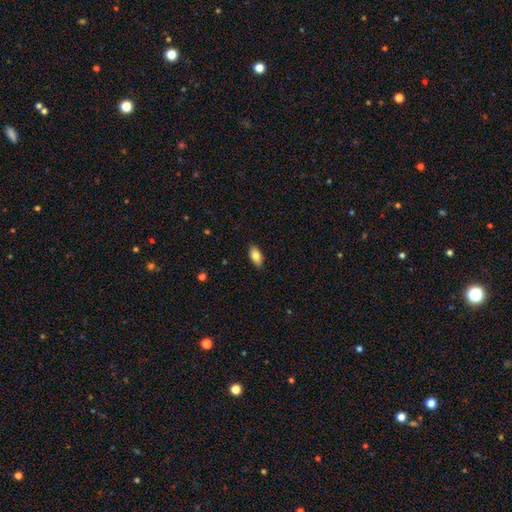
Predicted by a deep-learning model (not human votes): Overall: smooth (82%). How rounded: in between (90%). Merging: none (88%).